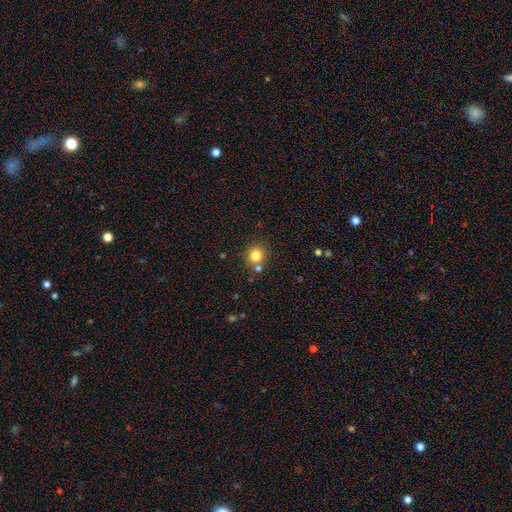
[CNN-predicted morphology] A smooth galaxy with no disk features (80%) that is round (89%).

Vote fractions:
- Smooth or featured? smooth: 80% / star or artifact: 13% / featured or disk: 7%
- How rounded? round: 89% / in between: 10% / cigar-shaped: 1%
- Merging? none: 75% / merger: 13% / minor disturbance: 9% / major disturbance: 3%